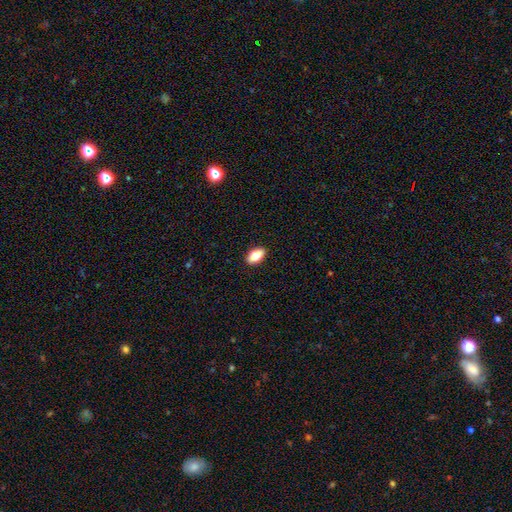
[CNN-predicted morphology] smooth_or_featured: smooth (p=0.81) [alt: featured or disk p=0.12]
how_rounded: in between (p=0.91) [alt: cigar-shaped p=0.05]
merging: none (p=0.90) [alt: minor disturbance p=0.08]